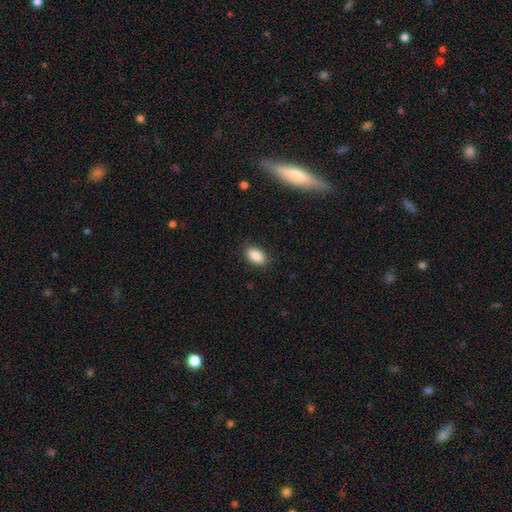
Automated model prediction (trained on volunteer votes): Smooth or featured? smooth (88%)
How rounded? in between (92%)
Merging? none (86%)